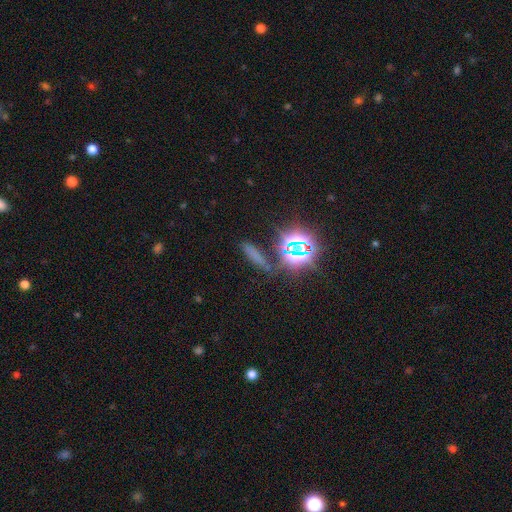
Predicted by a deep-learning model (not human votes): Smooth or featured? smooth (52%)
How rounded? cigar-shaped (77%)
Merging? none (78%)